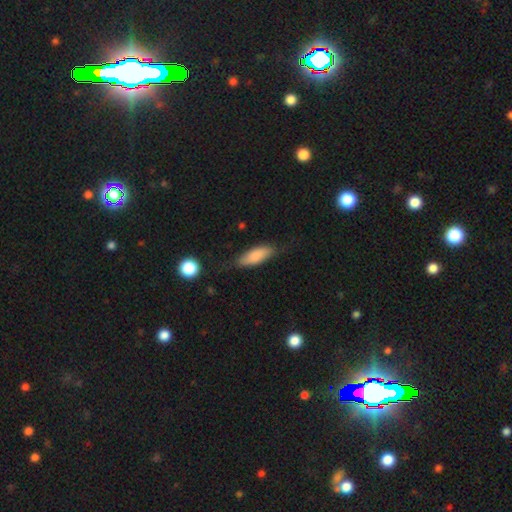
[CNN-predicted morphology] type=smooth (80%); roundness=in between (66%); merging=none (70%).